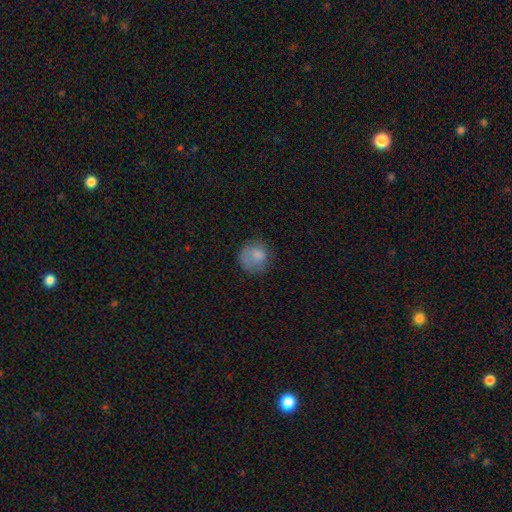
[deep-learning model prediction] A smooth galaxy with no disk features (78%) that is round (85%). Merging: none (63%).